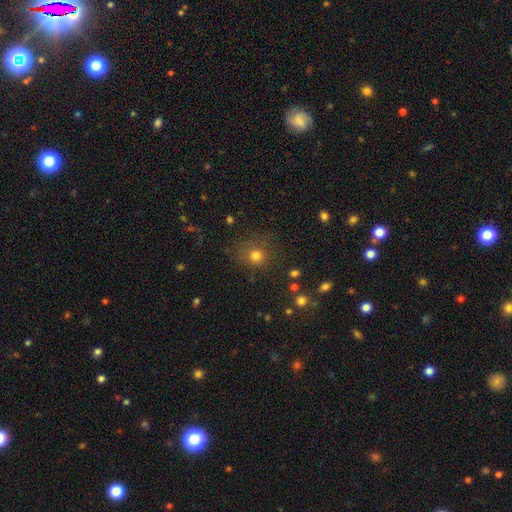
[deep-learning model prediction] Smooth or featured? smooth (77%)
How rounded? round (85%)
Merging? none (79%)